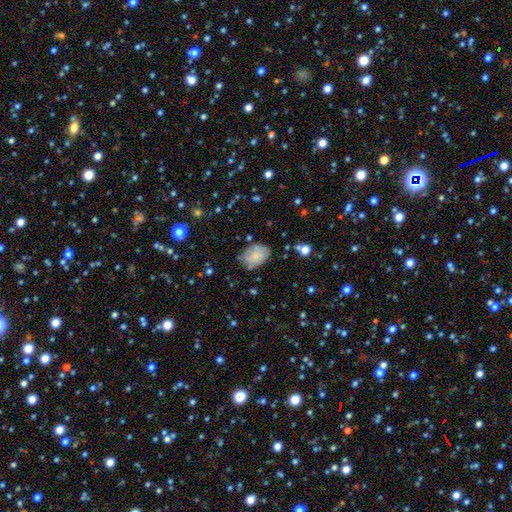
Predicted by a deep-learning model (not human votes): A smooth galaxy with no disk features (70%) that is in between round and cigar-shaped (82%).

Vote fractions:
- Smooth or featured? smooth: 70% / featured or disk: 21% / star or artifact: 9%
- How rounded? in between: 82% / round: 17% / cigar-shaped: 1%
- Merging? none: 70% / minor disturbance: 21% / major disturbance: 6% / merger: 3%